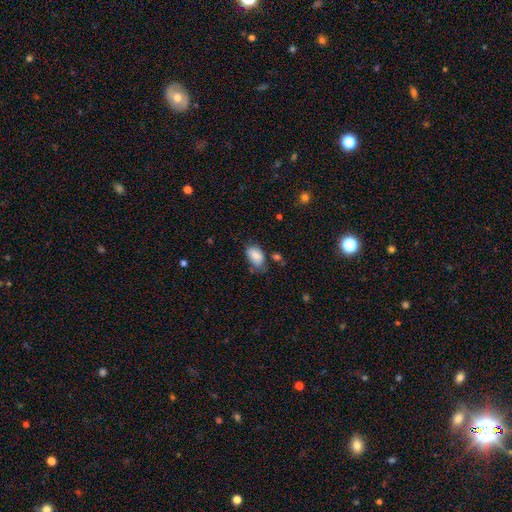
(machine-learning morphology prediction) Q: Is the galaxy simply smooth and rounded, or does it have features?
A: smooth — 83%.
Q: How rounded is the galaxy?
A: in between — 90%.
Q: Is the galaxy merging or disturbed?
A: none — 51%.